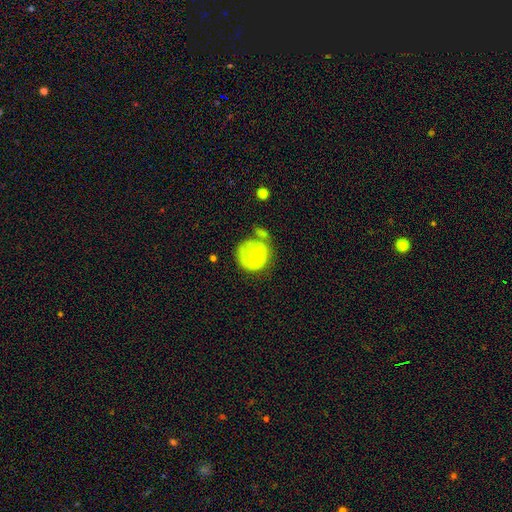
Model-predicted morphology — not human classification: smooth_or_featured: smooth (p=0.49) [alt: featured or disk p=0.43]
merging: none (p=0.34) [alt: major disturbance p=0.26]